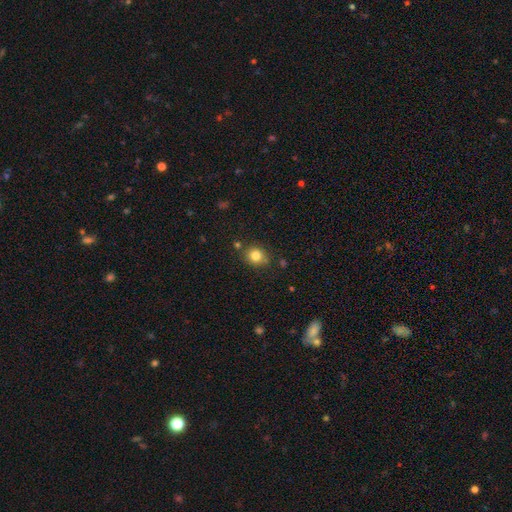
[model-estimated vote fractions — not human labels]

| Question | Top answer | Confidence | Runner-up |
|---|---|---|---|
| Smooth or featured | smooth | 81% | star or artifact (12%) |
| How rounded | round | 78% | in between (22%) |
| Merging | none | 77% | minor disturbance (13%) |